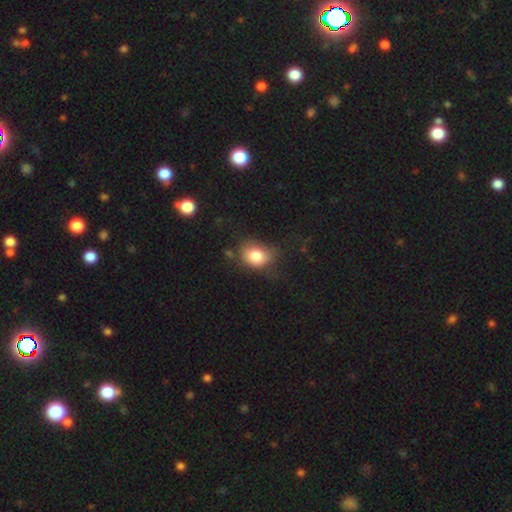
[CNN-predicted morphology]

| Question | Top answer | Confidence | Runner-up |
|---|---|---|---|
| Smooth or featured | smooth | 79% | featured or disk (10%) |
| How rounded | in between | 58% | round (41%) |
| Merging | none | 50% | minor disturbance (31%) |